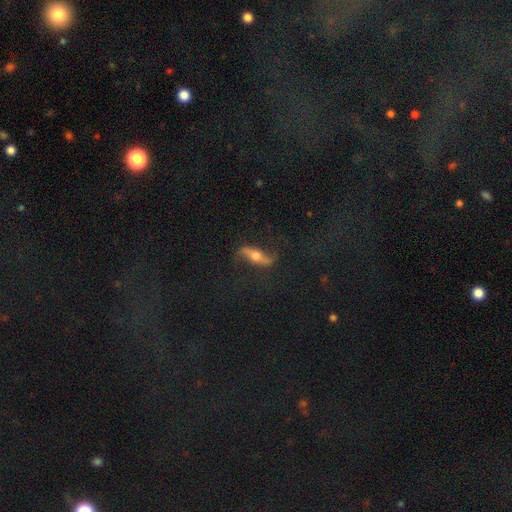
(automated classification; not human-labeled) featured or disk 74%, smooth 18%, star or artifact 7%. Down the decision tree: edge-on disk — no (60%); merging — none (76%).